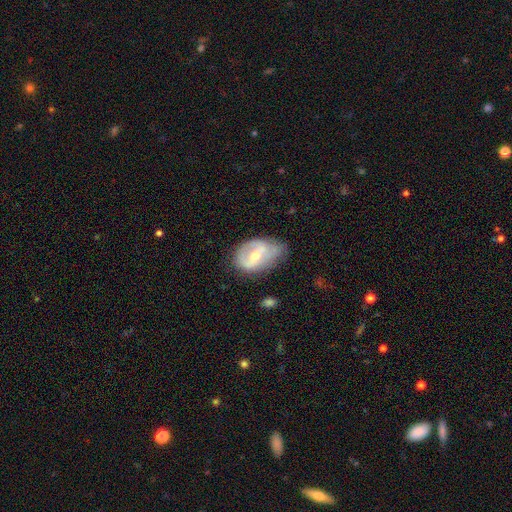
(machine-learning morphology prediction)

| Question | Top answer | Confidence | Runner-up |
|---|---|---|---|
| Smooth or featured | featured or disk | 58% | smooth (36%) |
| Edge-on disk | no | 94% | yes (6%) |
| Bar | weak | 43% | strong (31%) |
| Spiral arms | yes | 55% | no (45%) |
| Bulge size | moderate | 53% | small (42%) |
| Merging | none | 43% | minor disturbance (38%) |